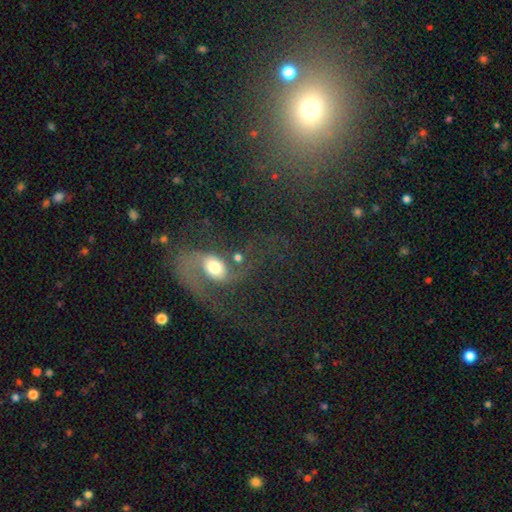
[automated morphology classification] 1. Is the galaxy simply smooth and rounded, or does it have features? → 69% featured or disk, 18% smooth, 13% star or artifact.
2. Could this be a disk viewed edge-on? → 95% no, 5% yes.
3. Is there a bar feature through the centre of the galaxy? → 53% no, 34% weak, 12% strong.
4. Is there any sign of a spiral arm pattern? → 83% yes, 17% no.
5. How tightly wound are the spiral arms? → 58% loose, 32% medium, 10% tight.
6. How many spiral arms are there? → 60% 2, 29% 1, 5% can't tell, 2% 3, 2% 4, 2% more than 4.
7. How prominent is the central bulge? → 60% moderate, 18% large, 16% small, 3% none, 3% dominant.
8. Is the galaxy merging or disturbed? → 36% major disturbance, 34% none, 16% merger, 13% minor disturbance.